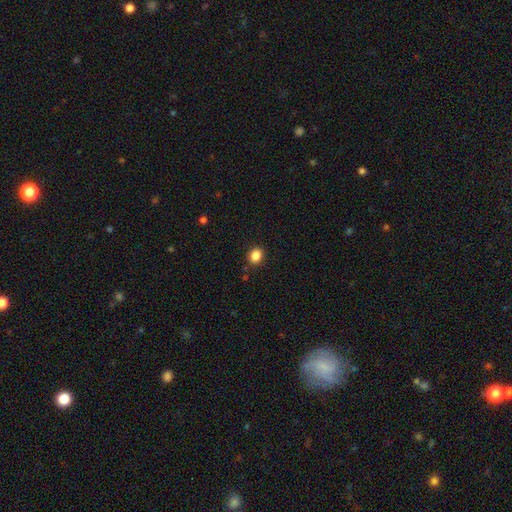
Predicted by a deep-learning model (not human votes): A smooth galaxy with no disk features (86%) that is round (65%). Merging: none (88%).